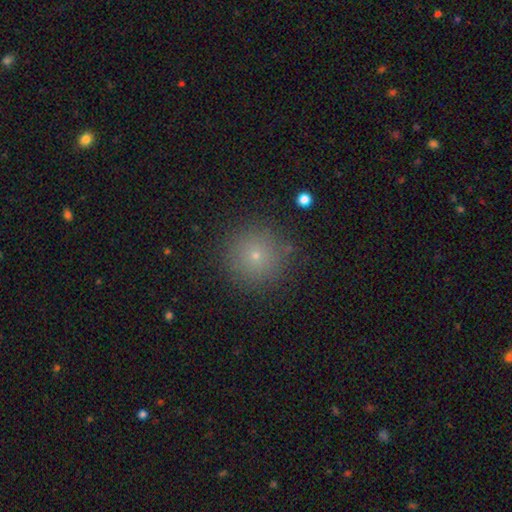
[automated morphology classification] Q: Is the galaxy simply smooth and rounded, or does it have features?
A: smooth — 71%.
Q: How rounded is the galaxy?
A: round — 96%.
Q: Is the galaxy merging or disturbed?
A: none — 89%.